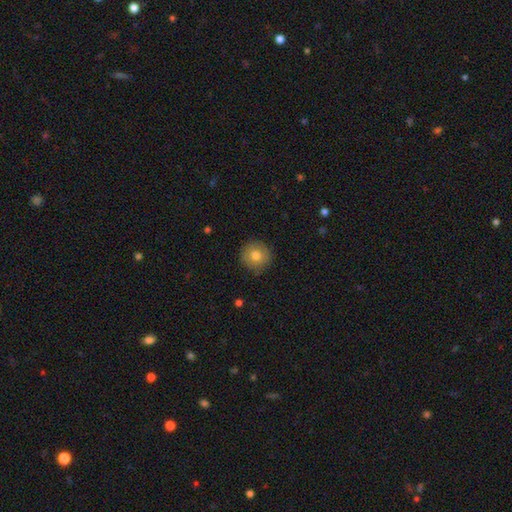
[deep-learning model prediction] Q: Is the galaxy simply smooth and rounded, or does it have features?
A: smooth — 79%.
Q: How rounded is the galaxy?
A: round — 94%.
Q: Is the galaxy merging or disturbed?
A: none — 88%.